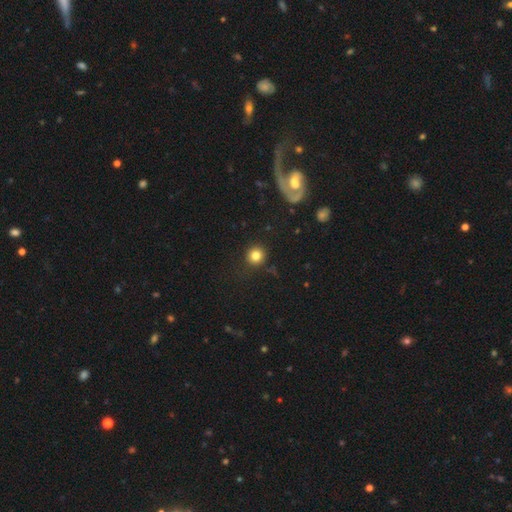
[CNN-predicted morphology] Q: Smooth or featured?
A: smooth (82%); runner-up: star or artifact (11%)
Q: How rounded?
A: round (93%); runner-up: in between (6%)
Q: Merging?
A: none (88%); runner-up: minor disturbance (7%)